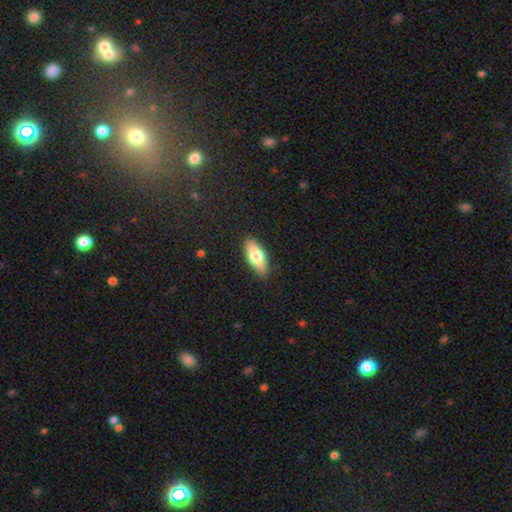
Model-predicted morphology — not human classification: type=smooth (73%); roundness=in between (81%); merging=none (88%).